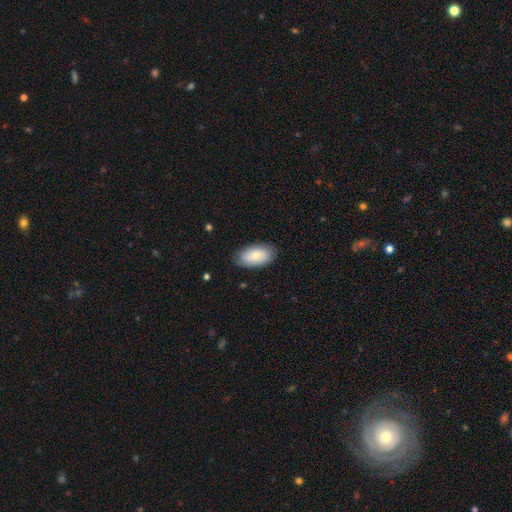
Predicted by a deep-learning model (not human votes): A smooth galaxy with no disk features (75%) that is in between round and cigar-shaped (94%).

Vote fractions:
- Smooth or featured? smooth: 75% / featured or disk: 19% / star or artifact: 6%
- How rounded? in between: 94% / round: 4% / cigar-shaped: 2%
- Merging? none: 82% / minor disturbance: 14% / major disturbance: 3% / merger: 1%